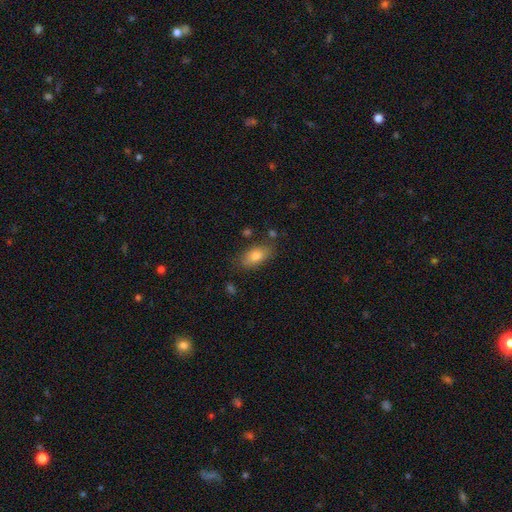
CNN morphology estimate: This is likely a smooth galaxy (79%). How rounded: clearly in between (89%). Merging: likely none (77%).